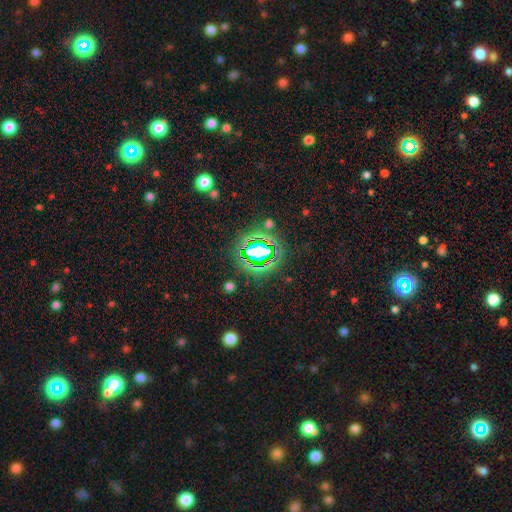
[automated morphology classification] The model was most divided on "smooth or featured": star or artifact: 78%, smooth: 13%, featured or disk: 8%.